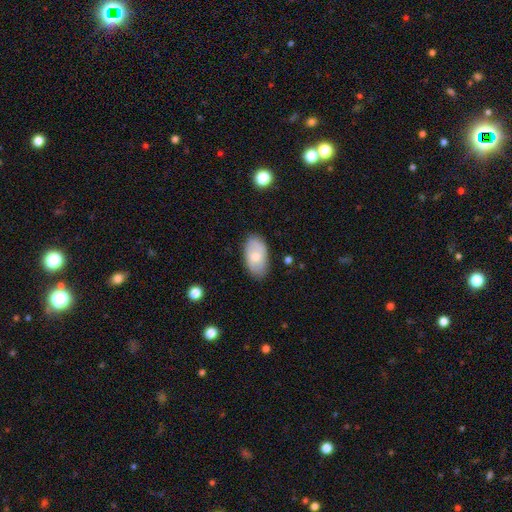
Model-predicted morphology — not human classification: Smooth or featured? Predicted: smooth (p=0.68). How rounded? Predicted: in between (p=0.94). Merging? Predicted: none (p=0.80).